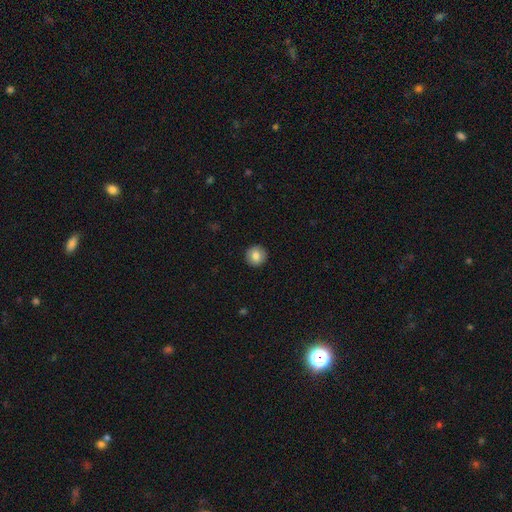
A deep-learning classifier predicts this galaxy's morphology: smooth 83%, featured or disk 10%, star or artifact 8%. Down the decision tree: how rounded — round (94%); merging — none (92%).